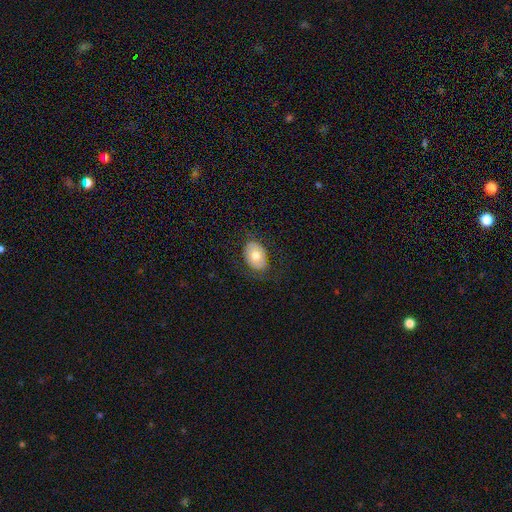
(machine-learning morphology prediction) Smooth or featured? smooth (67%)
How rounded? in between (85%)
Merging? none (76%)